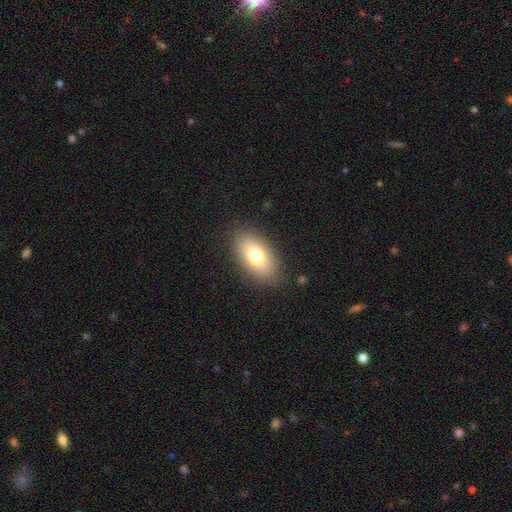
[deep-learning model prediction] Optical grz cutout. It shows a smooth galaxy with no disk features (74%) that is in between round and cigar-shaped (91%). Merging: none (85%).